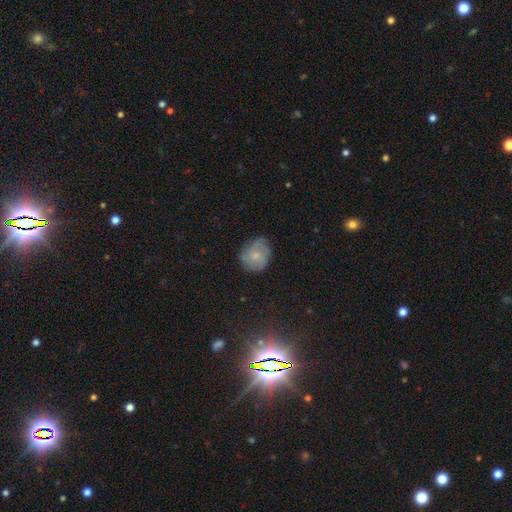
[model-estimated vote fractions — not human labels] Smooth or featured?
  - smooth: 57% *
  - featured or disk: 34%
  - star or artifact: 9%
How rounded?
  - round: 74% *
  - in between: 25%
  - cigar-shaped: 1%
Merging?
  - none: 71% *
  - minor disturbance: 21%
  - major disturbance: 7%
  - merger: 1%